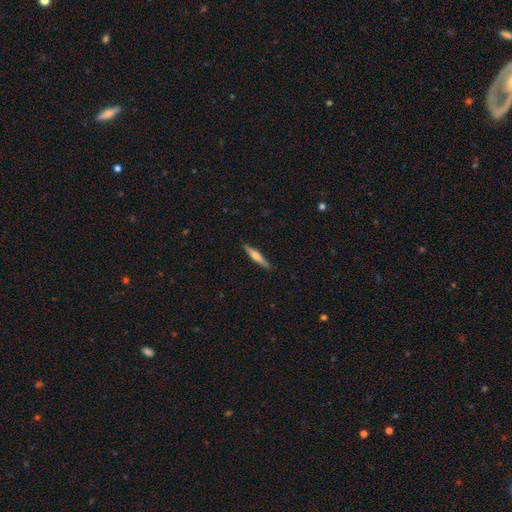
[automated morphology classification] Q: Smooth or featured?
A: featured or disk (52%); runner-up: smooth (43%)
Q: Edge-on disk?
A: yes (96%); runner-up: no (4%)
Q: Merging?
A: none (88%); runner-up: minor disturbance (9%)